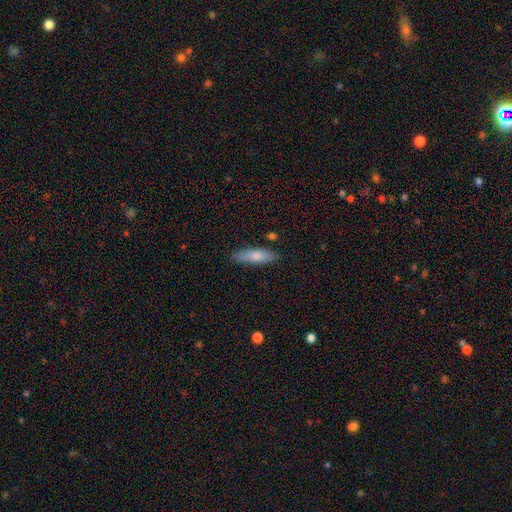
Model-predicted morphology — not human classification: type=smooth (79%); roundness=cigar-shaped (56%); merging=none (83%).